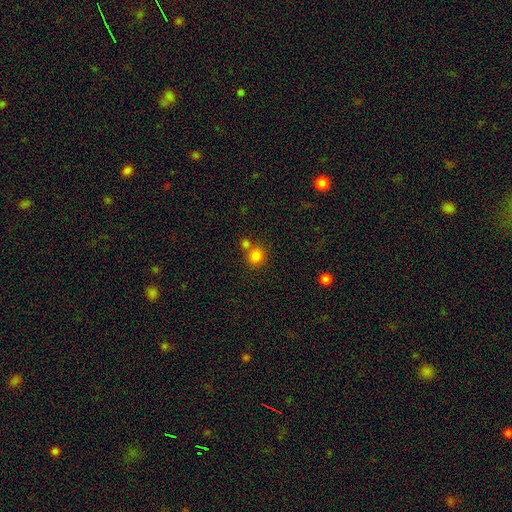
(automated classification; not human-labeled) The model was most divided on "merging": none: 63%, merger: 26%, minor disturbance: 8%, major disturbance: 3%. More confident: how rounded — round (86%); smooth or featured — smooth (81%).